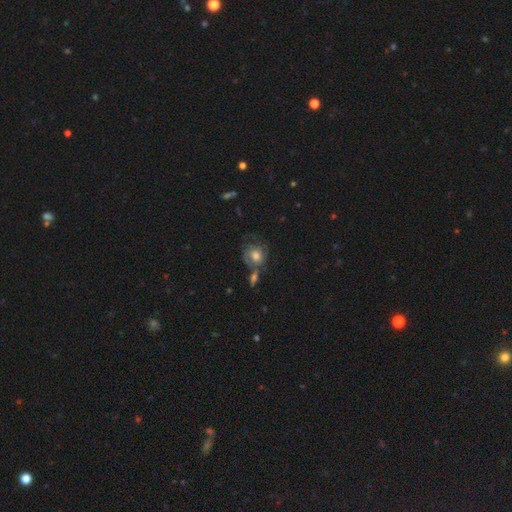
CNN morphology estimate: A featured or disk galaxy (55%) with no bar (77%), spiral arms (80%) and a moderate central bulge (52%).

Vote fractions:
- Smooth or featured? featured or disk: 55% / smooth: 36% / star or artifact: 9%
- Edge-on disk? no: 96% / yes: 4%
- Bar? no: 77% / weak: 20% / strong: 3%
- Spiral arms? yes: 80% / no: 20%
- Bulge size? moderate: 52% / large: 33% / small: 9% / none: 3% / dominant: 3%
- Merging? none: 48% / minor disturbance: 20% / merger: 19% / major disturbance: 14%